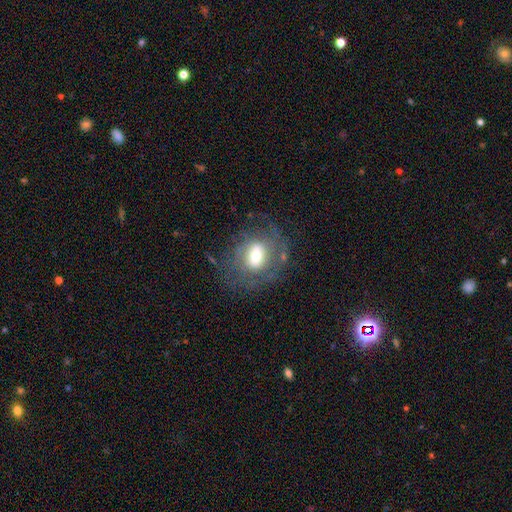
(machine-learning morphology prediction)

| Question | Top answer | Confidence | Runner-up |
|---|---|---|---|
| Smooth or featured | featured or disk | 55% | smooth (35%) |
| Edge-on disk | no | 94% | yes (6%) |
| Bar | weak | 40% | no (39%) |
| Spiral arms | yes | 58% | no (42%) |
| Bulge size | moderate | 57% | small (20%) |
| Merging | none | 63% | minor disturbance (19%) |